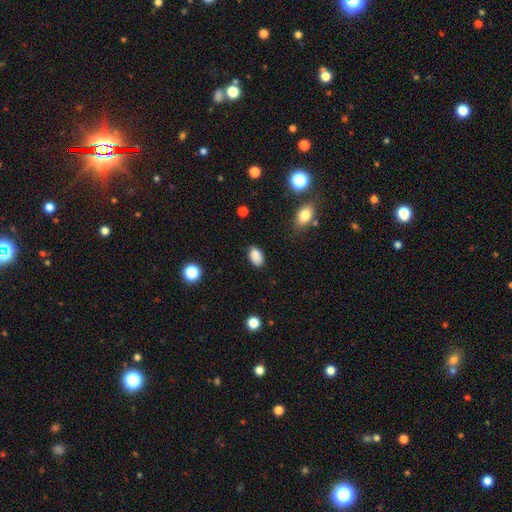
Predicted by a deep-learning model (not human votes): Q: Smooth or featured?
A: smooth (87%); runner-up: star or artifact (8%)
Q: How rounded?
A: in between (90%); runner-up: round (8%)
Q: Merging?
A: none (81%); runner-up: minor disturbance (14%)